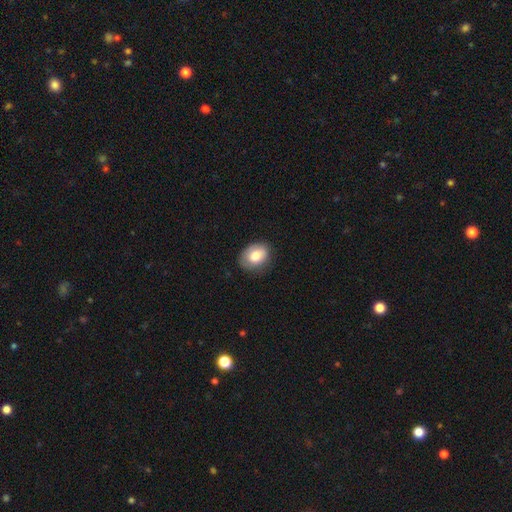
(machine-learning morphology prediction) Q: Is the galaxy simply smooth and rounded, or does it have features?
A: smooth — 78%.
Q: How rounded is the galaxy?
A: in between — 64%.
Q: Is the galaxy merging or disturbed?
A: none — 73%.